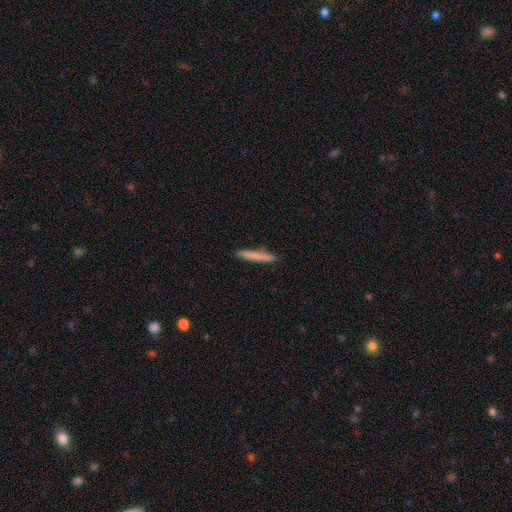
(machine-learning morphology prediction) Smooth or featured? Predicted: smooth (p=0.77). How rounded? Predicted: cigar-shaped (p=0.96). Merging? Predicted: none (p=0.90).